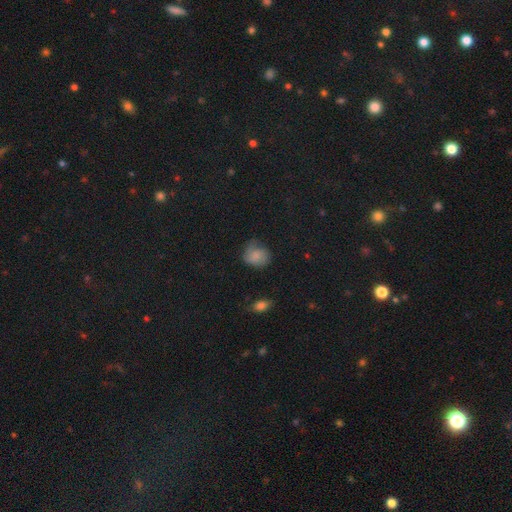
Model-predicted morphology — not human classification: Smooth or featured?
  - smooth: 70% *
  - featured or disk: 21%
  - star or artifact: 10%
How rounded?
  - round: 64% *
  - in between: 35%
  - cigar-shaped: 1%
Merging?
  - none: 48% *
  - minor disturbance: 34%
  - major disturbance: 16%
  - merger: 2%